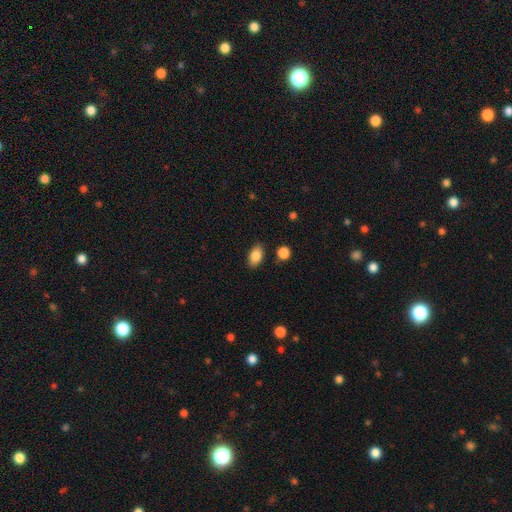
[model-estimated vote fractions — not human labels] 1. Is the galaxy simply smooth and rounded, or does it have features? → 84% smooth, 8% star or artifact, 8% featured or disk.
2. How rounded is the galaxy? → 90% in between, 8% round, 2% cigar-shaped.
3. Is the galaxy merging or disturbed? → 86% none, 10% minor disturbance, 2% merger, 2% major disturbance.